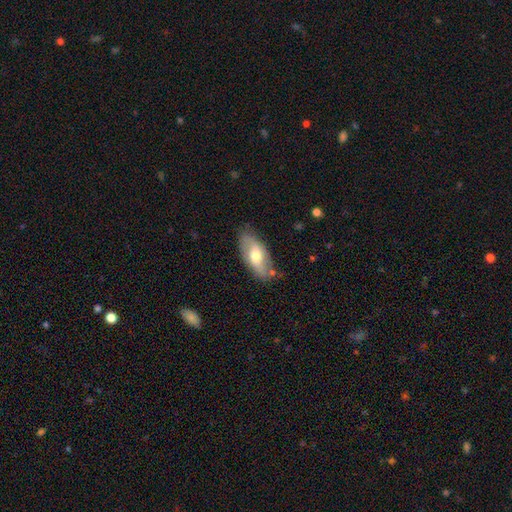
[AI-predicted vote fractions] smooth_or_featured: smooth (p=0.51) [alt: featured or disk p=0.43]
how_rounded: in between (p=0.87) [alt: cigar-shaped p=0.10]
merging: none (p=0.75) [alt: minor disturbance p=0.18]